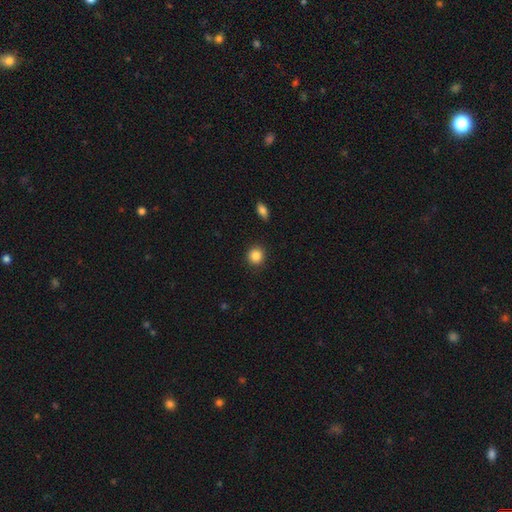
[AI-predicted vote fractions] The model was most divided on "smooth or featured": smooth: 87%, star or artifact: 10%, featured or disk: 4%. More confident: how rounded — round (90%); merging — none (89%).